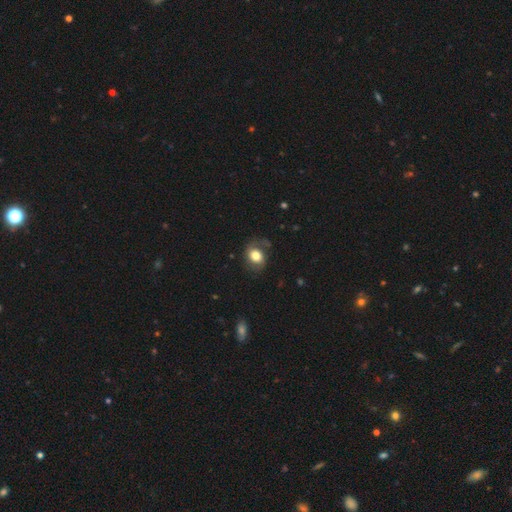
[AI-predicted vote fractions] Smooth or featured?
  - smooth: 68% *
  - featured or disk: 24%
  - star or artifact: 8%
How rounded?
  - in between: 50% *
  - round: 49%
  - cigar-shaped: 1%
Merging?
  - none: 62% *
  - minor disturbance: 22%
  - major disturbance: 14%
  - merger: 2%